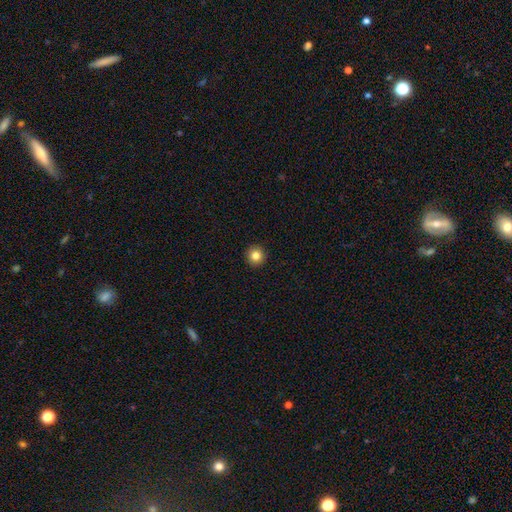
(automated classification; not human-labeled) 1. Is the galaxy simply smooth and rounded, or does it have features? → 84% smooth, 11% star or artifact, 5% featured or disk.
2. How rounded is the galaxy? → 95% round, 4% in between, 1% cigar-shaped.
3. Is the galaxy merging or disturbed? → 94% none, 4% minor disturbance, 1% major disturbance, 1% merger.